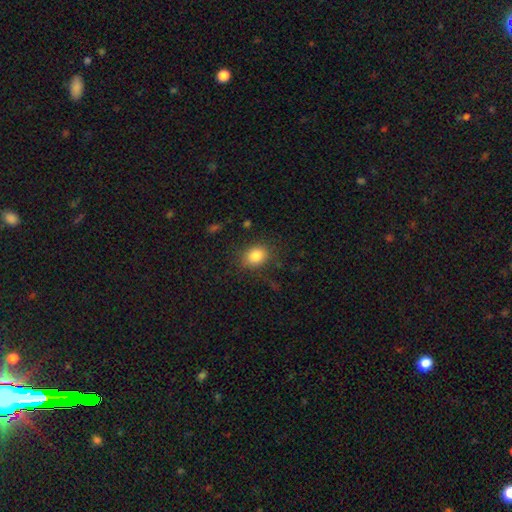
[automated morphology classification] Smooth or featured?
  - smooth: 83% *
  - star or artifact: 10%
  - featured or disk: 7%
How rounded?
  - in between: 55% *
  - round: 43%
  - cigar-shaped: 1%
Merging?
  - none: 80% *
  - minor disturbance: 13%
  - major disturbance: 5%
  - merger: 1%